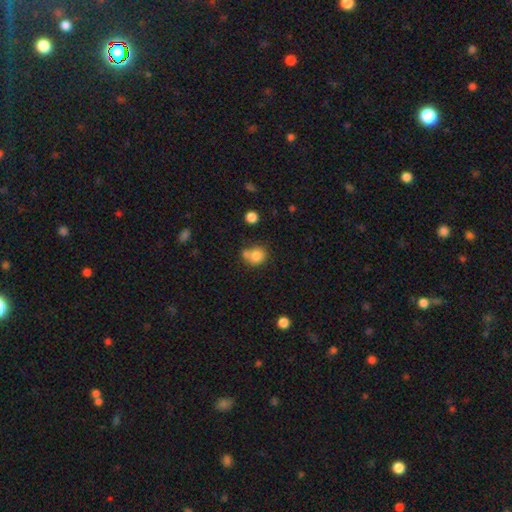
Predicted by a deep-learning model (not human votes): The model was most divided on "merging": none: 47%, merger: 34%, minor disturbance: 14%, major disturbance: 5%. More confident: smooth or featured — smooth (80%); how rounded — round (77%).